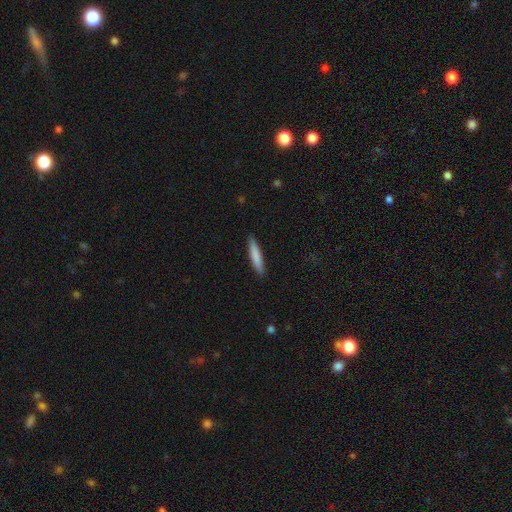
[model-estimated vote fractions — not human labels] This appears to be a smooth galaxy with no disk features (82%) that is cigar-shaped (91%). Merging: none (90%).